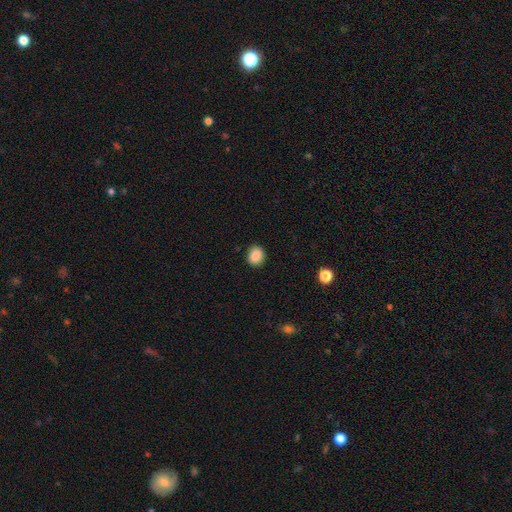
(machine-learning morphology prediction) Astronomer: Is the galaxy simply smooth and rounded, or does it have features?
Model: smooth — 88%.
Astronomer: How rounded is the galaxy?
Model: round — 61% (runner-up: in between, 38%).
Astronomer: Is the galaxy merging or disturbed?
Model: none — 88%.